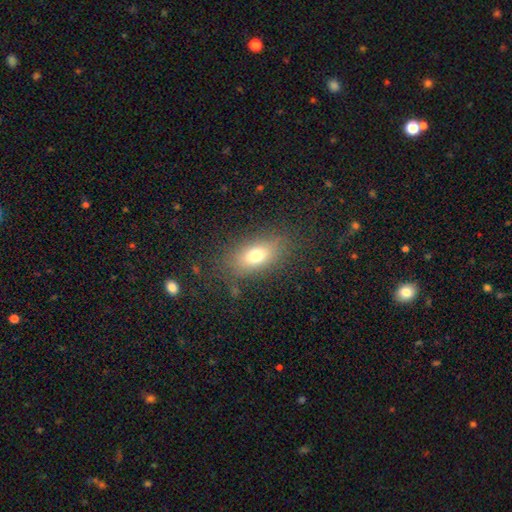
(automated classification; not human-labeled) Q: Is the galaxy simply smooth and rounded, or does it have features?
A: smooth — 73%.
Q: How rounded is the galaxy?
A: in between — 81%.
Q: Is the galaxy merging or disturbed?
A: none — 80%.